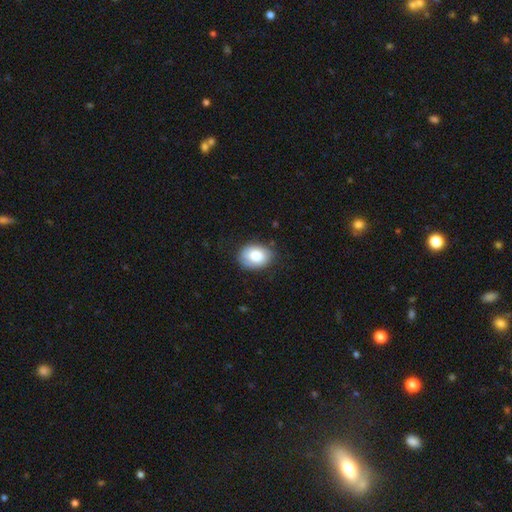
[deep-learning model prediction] A smooth galaxy with no disk features (77%) that is in between round and cigar-shaped (69%). Merging: none (76%).